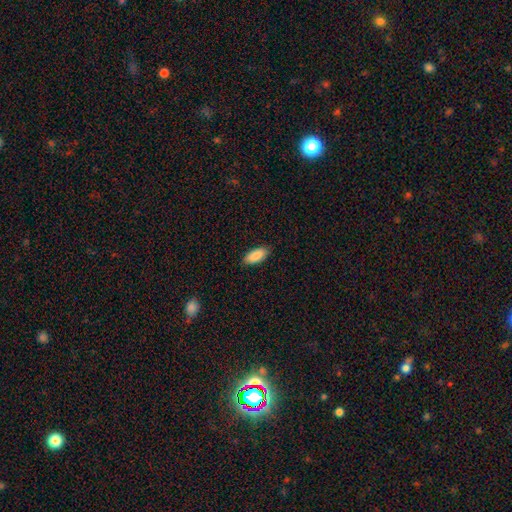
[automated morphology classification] smooth-or-featured: smooth: 89% | star or artifact: 6% | featured or disk: 5%
  how-rounded: in between: 85% | cigar-shaped: 14% | round: 2%
  merging: none: 87% | minor disturbance: 10% | major disturbance: 2% | merger: 1%